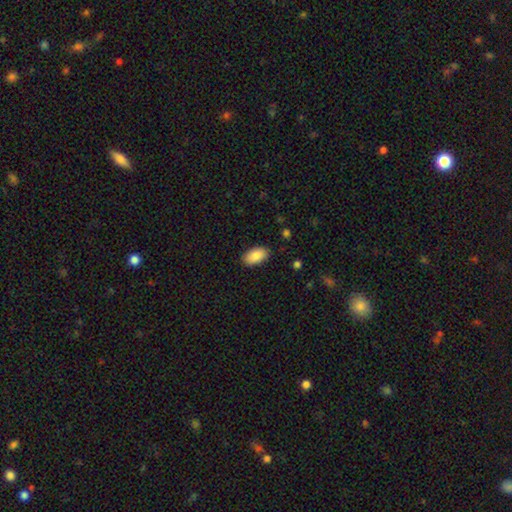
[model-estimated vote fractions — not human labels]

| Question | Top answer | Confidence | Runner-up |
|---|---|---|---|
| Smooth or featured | smooth | 87% | star or artifact (6%) |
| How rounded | in between | 94% | round (4%) |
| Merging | none | 87% | minor disturbance (10%) |